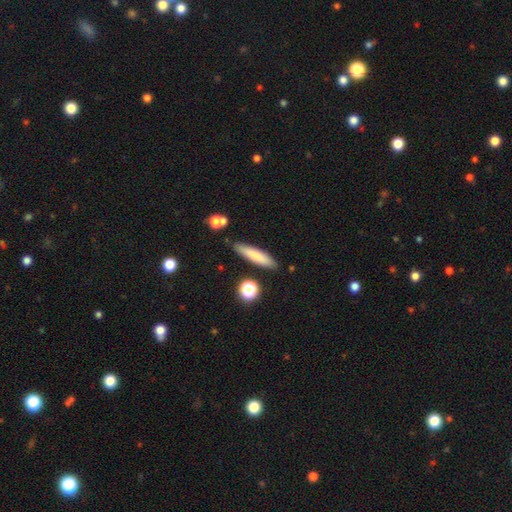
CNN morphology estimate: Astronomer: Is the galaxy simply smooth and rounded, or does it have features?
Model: smooth — 78%.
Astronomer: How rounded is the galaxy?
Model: cigar-shaped — 83%.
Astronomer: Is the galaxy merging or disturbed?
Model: none — 86%.